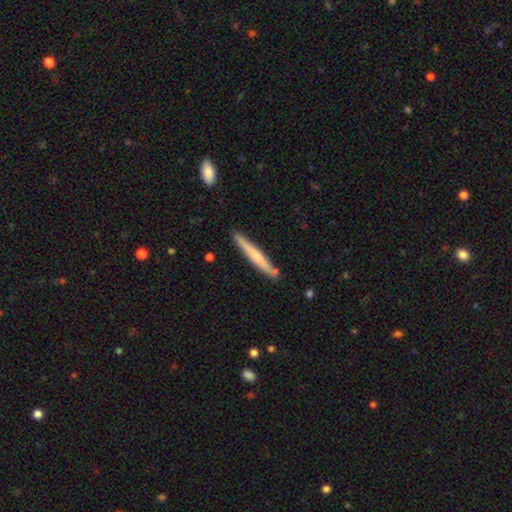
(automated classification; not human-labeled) This is possibly a smooth galaxy (56%). How rounded: clearly cigar-shaped (96%). Merging: clearly none (86%).